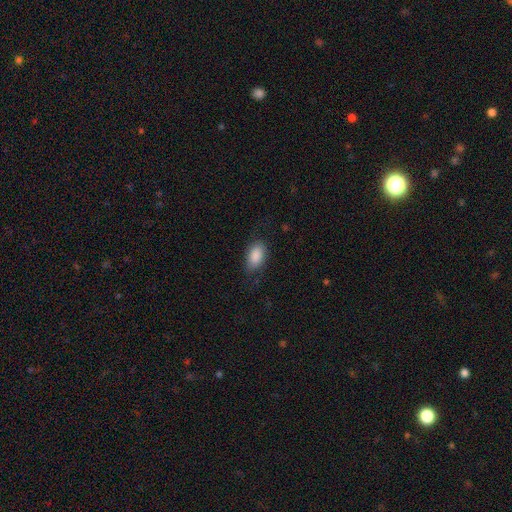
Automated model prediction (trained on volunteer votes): This appears to be a smooth galaxy with no disk features (87%) that is in between round and cigar-shaped (92%). Merging: none (75%).